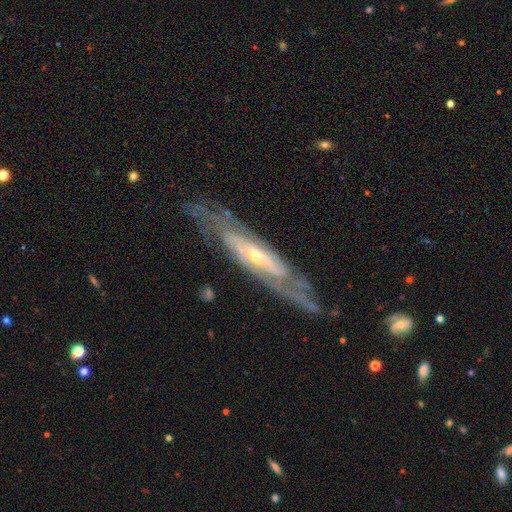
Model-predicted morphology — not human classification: This appears to be a featured or disk galaxy (86%) with no bar (50%), 2 (39%) tight (58%) spiral arms (93%) and a small central bulge (70%). Merging: none (76%).